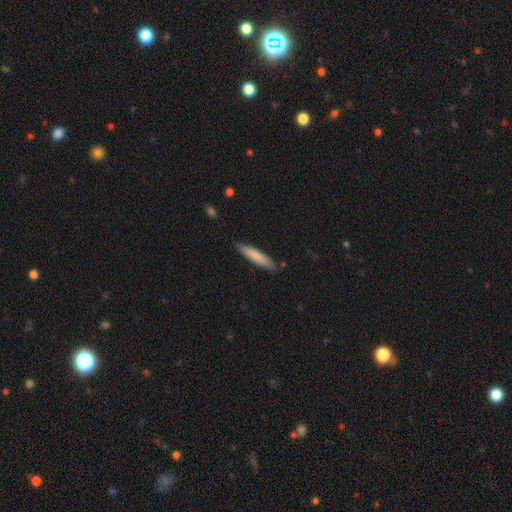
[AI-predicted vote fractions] The model was most divided on "smooth or featured": smooth: 78%, featured or disk: 16%, star or artifact: 5%. More confident: how rounded — cigar-shaped (84%); merging — none (82%).